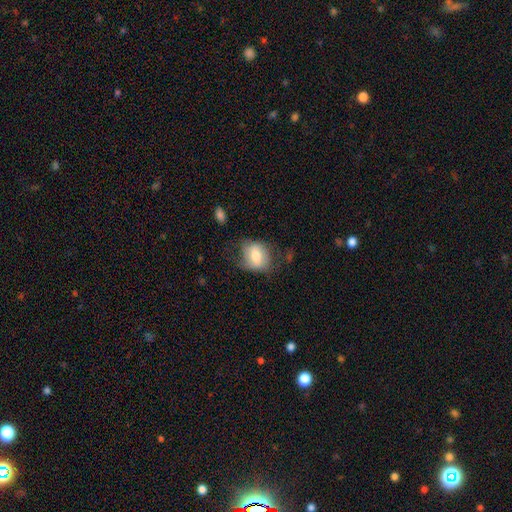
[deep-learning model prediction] smooth-or-featured: smooth: 68% | featured or disk: 24% | star or artifact: 8%
  how-rounded: in between: 52% | round: 47% | cigar-shaped: 1%
  merging: none: 57% | minor disturbance: 27% | major disturbance: 15% | merger: 2%